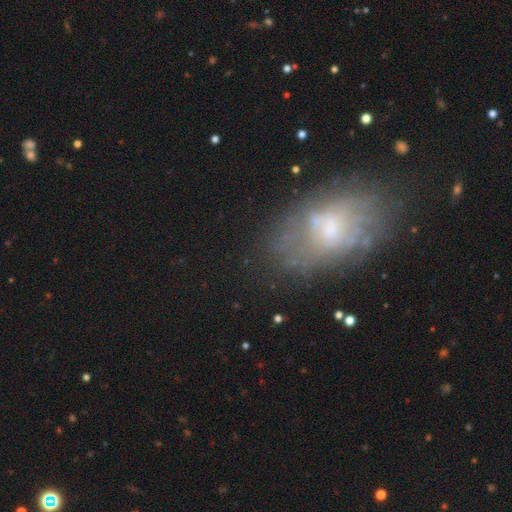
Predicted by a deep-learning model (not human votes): smooth_or_featured: smooth (p=0.42) [alt: featured or disk p=0.40]
merging: none (p=0.75) [alt: minor disturbance p=0.16]